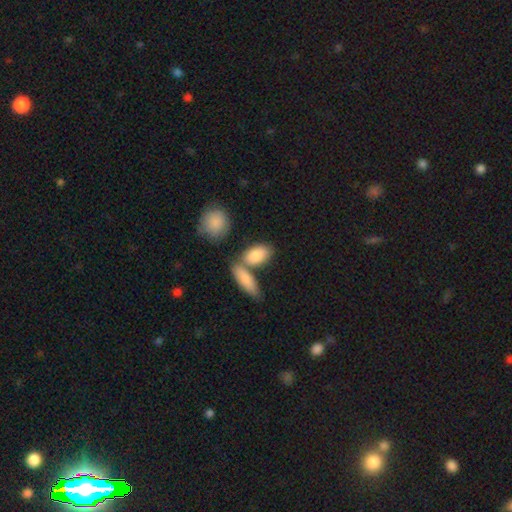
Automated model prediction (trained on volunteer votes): smooth 84%, featured or disk 10%, star or artifact 6%. Down the decision tree: how rounded — in between (86%); merging — none (54%).